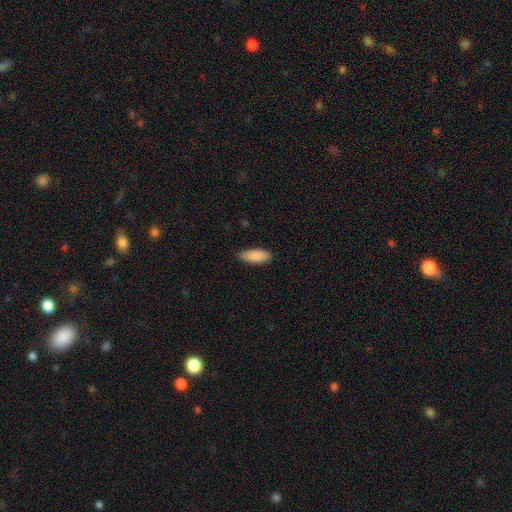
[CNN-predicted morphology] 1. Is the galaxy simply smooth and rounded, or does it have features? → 88% smooth, 6% star or artifact, 6% featured or disk.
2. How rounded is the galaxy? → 75% in between, 24% cigar-shaped, 2% round.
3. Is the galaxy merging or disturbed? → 79% none, 17% minor disturbance, 2% major disturbance, 1% merger.